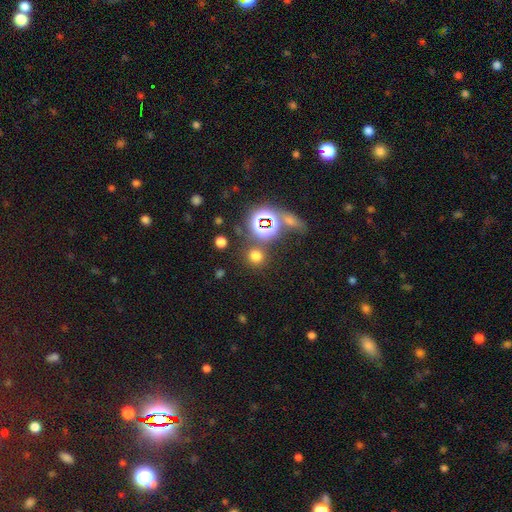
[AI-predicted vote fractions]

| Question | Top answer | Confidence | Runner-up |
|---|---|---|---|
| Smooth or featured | smooth | 64% | star or artifact (29%) |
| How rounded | round | 87% | in between (12%) |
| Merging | none | 78% | merger (9%) |